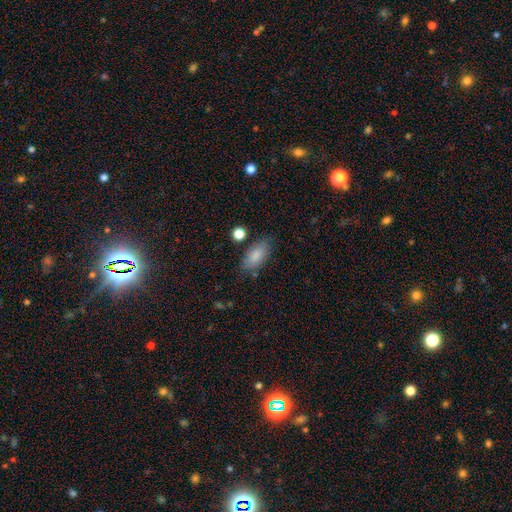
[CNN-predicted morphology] Smooth or featured?
  - smooth: 84% *
  - featured or disk: 10%
  - star or artifact: 7%
How rounded?
  - in between: 90% *
  - cigar-shaped: 7%
  - round: 3%
Merging?
  - none: 76% *
  - minor disturbance: 16%
  - major disturbance: 4%
  - merger: 4%